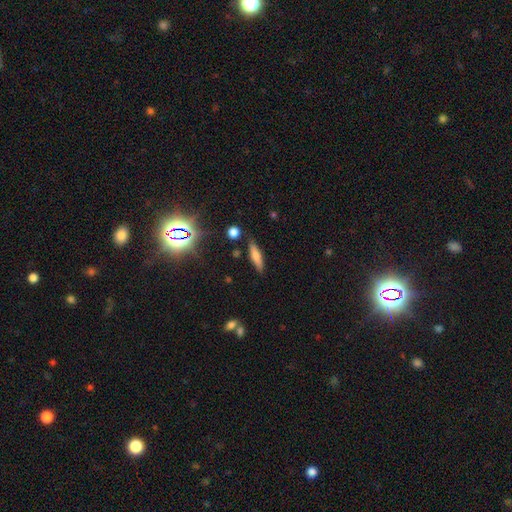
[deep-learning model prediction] This appears to be a smooth galaxy with no disk features (63%) that is cigar-shaped (70%). Merging: none (82%).